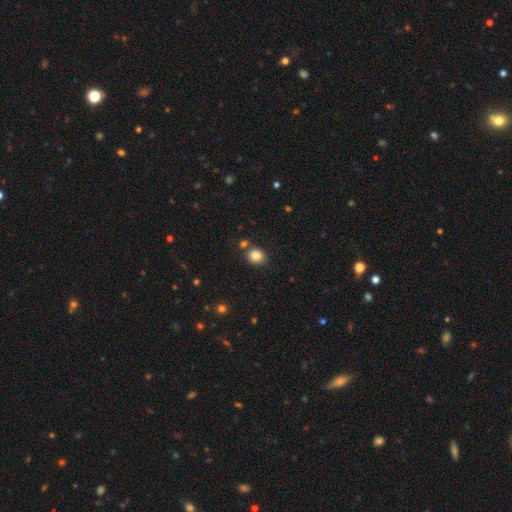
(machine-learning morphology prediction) This appears to be a smooth galaxy with no disk features (83%) that is round (70%). Merging: none (79%).